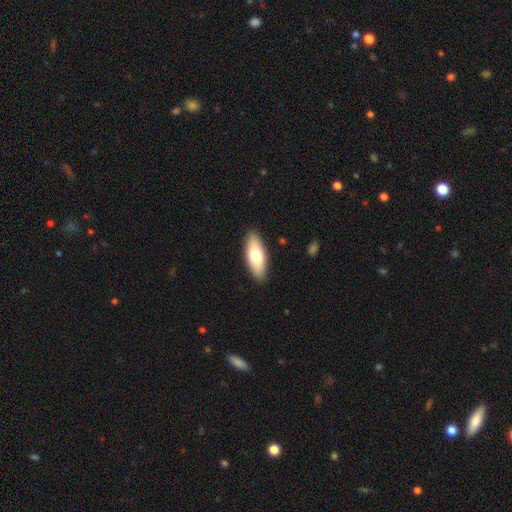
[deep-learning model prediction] The model was most divided on "how rounded": in between: 72%, cigar-shaped: 26%, round: 2%. More confident: merging — none (90%); smooth or featured — smooth (71%).